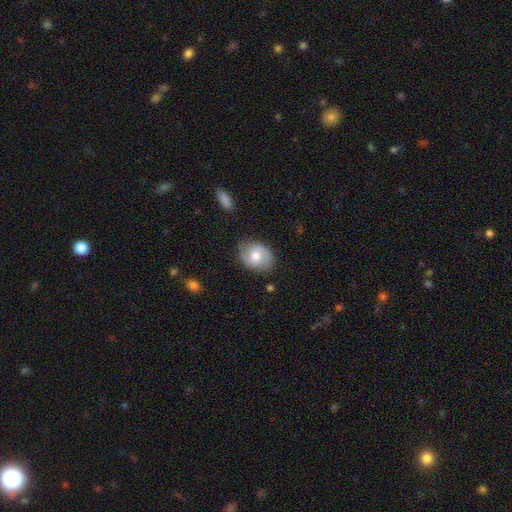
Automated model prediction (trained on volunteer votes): Smooth or featured? smooth (53%)
How rounded? in between (59%)
Merging? none (79%)